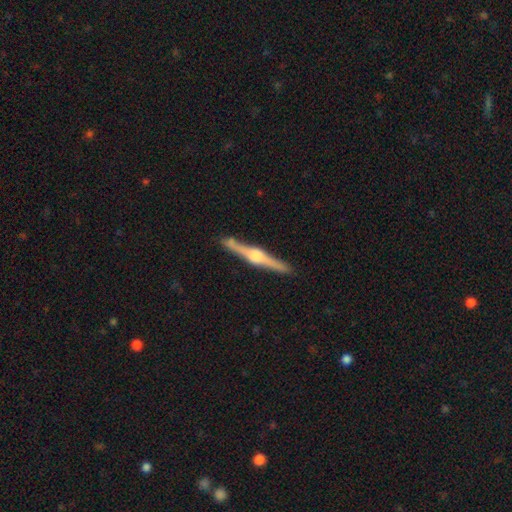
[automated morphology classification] smooth-or-featured: featured or disk: 84% | smooth: 11% | star or artifact: 4%
  disk-edge-on: yes: 98% | no: 2%
    edge-on-bulge: rounded: 90% | boxy: 7% | none: 3%
  merging: none: 90% | minor disturbance: 7% | merger: 2% | major disturbance: 1%